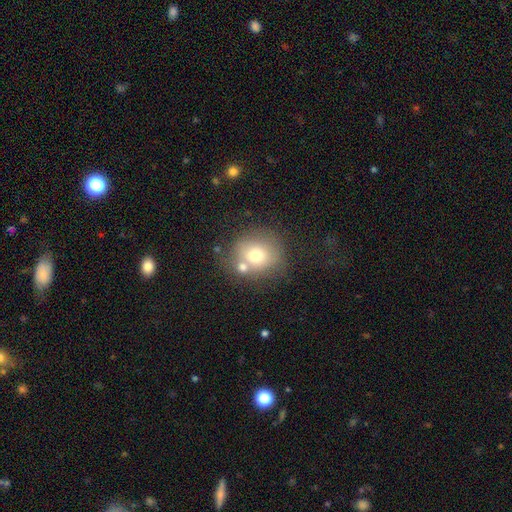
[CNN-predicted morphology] Smooth or featured?
  - smooth: 67% *
  - featured or disk: 21%
  - star or artifact: 12%
How rounded?
  - round: 81% *
  - in between: 18%
  - cigar-shaped: 1%
Merging?
  - none: 54% *
  - merger: 24%
  - minor disturbance: 15%
  - major disturbance: 7%